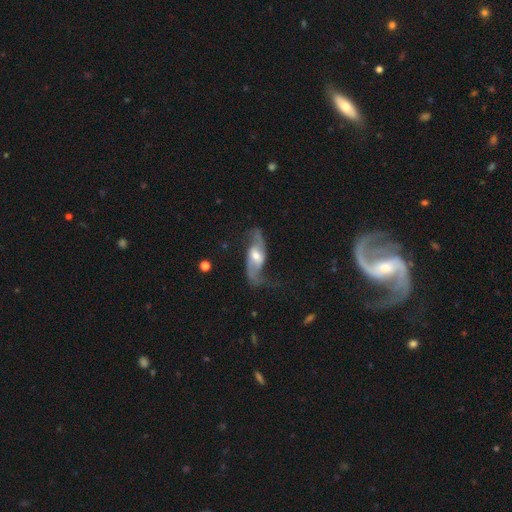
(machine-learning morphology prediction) This appears to be a featured or disk galaxy (83%) with a weak bar (45%), 2 (91%) loose (72%) spiral arms (93%) and a moderate central bulge (62%). Merging: none (62%).